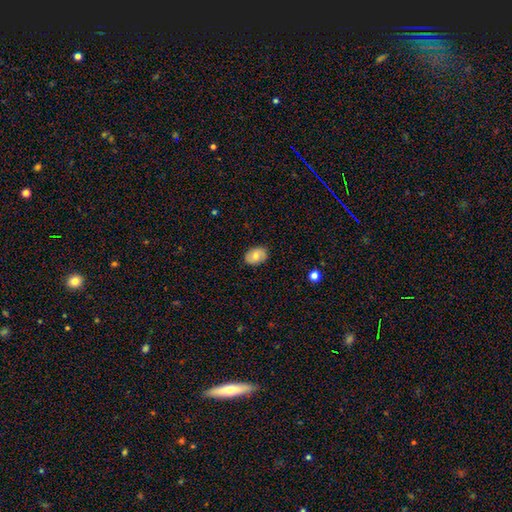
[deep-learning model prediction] This appears to be a smooth galaxy with no disk features (65%) that is in between round and cigar-shaped (73%). Merging: none (86%).